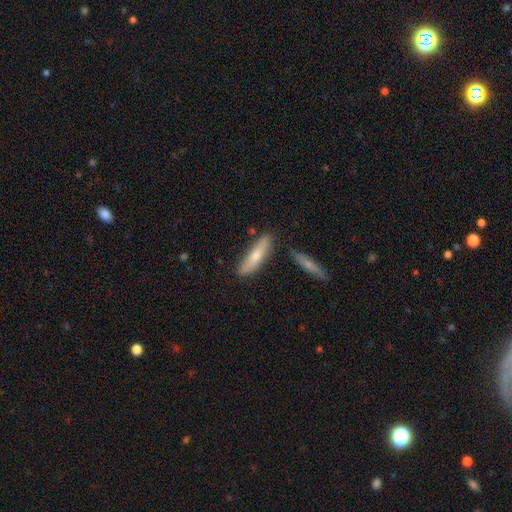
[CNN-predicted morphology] Smooth or featured: smooth — 64% (featured or disk — 30%)
How rounded: cigar-shaped — 72% (in between — 26%)
Merging: none — 75% (minor disturbance — 15%)